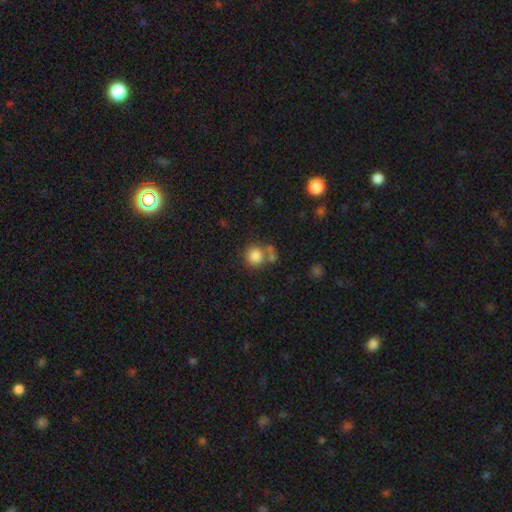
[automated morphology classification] smooth-or-featured: smooth: 83% | star or artifact: 11% | featured or disk: 7%
  how-rounded: round: 91% | in between: 8% | cigar-shaped: 1%
  merging: none: 59% | merger: 25% | minor disturbance: 11% | major disturbance: 5%